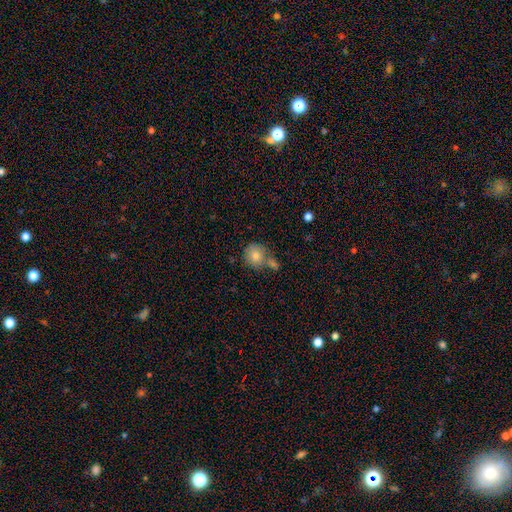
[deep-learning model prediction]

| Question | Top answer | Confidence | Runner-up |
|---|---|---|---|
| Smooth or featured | smooth | 81% | featured or disk (11%) |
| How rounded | round | 85% | in between (14%) |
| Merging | none | 53% | merger (27%) |